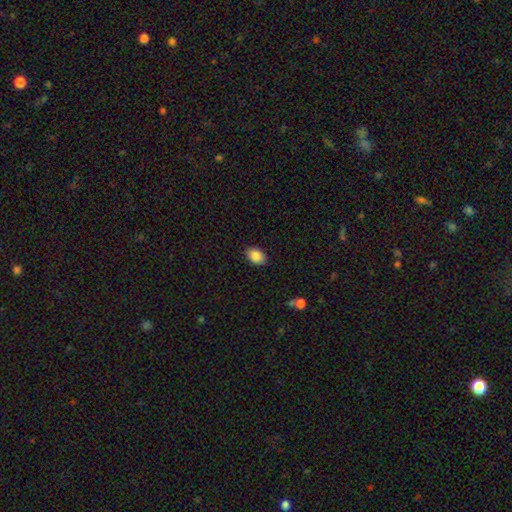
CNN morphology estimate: Smooth or featured?
  - smooth: 87% *
  - star or artifact: 8%
  - featured or disk: 5%
How rounded?
  - in between: 84% *
  - round: 15%
  - cigar-shaped: 1%
Merging?
  - none: 88% *
  - minor disturbance: 9%
  - major disturbance: 2%
  - merger: 1%